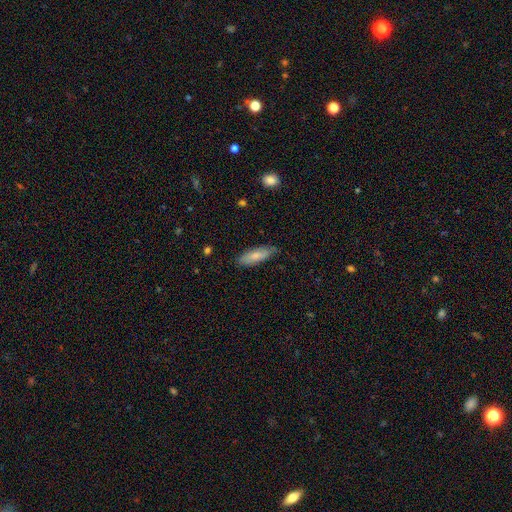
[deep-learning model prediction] smooth 77%, featured or disk 17%, star or artifact 6%. Down the decision tree: how rounded — in between (59%); merging — none (77%).